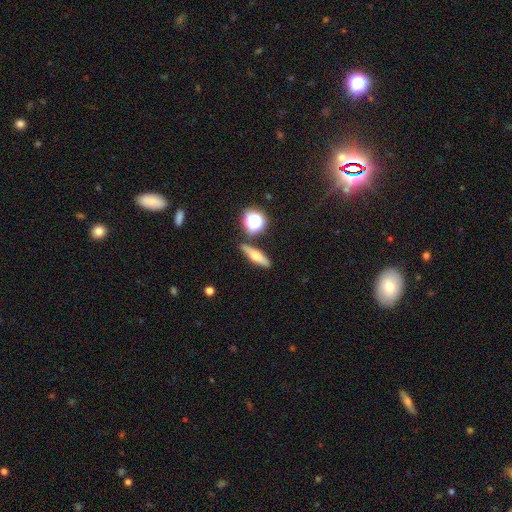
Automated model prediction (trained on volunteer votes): Smooth or featured: smooth — 50% (featured or disk — 39%)
Merging: none — 82% (minor disturbance — 9%)